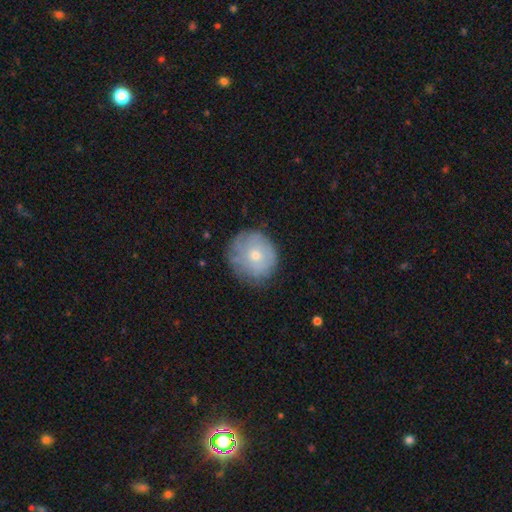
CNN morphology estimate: This appears to be a smooth galaxy with no disk features (56%) that is round (88%). Merging: none (76%).